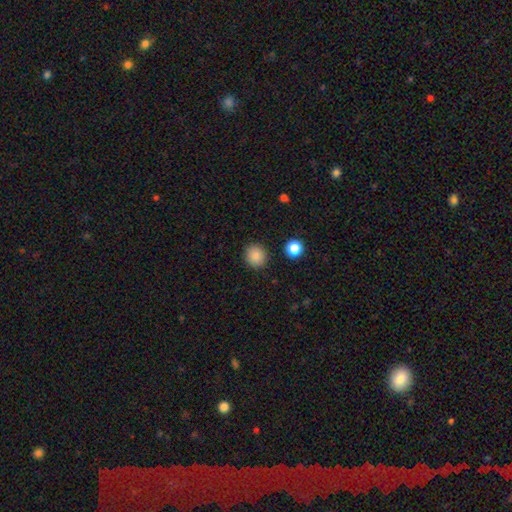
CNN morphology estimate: Smooth or featured? smooth (86%)
How rounded? round (88%)
Merging? none (90%)